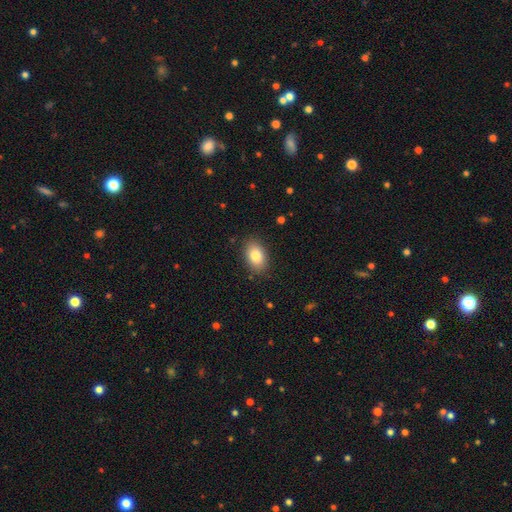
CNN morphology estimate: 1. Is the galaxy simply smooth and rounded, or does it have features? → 83% smooth, 9% featured or disk, 8% star or artifact.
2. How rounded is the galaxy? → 87% in between, 11% round, 1% cigar-shaped.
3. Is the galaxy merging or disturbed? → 87% none, 9% minor disturbance, 2% major disturbance, 1% merger.